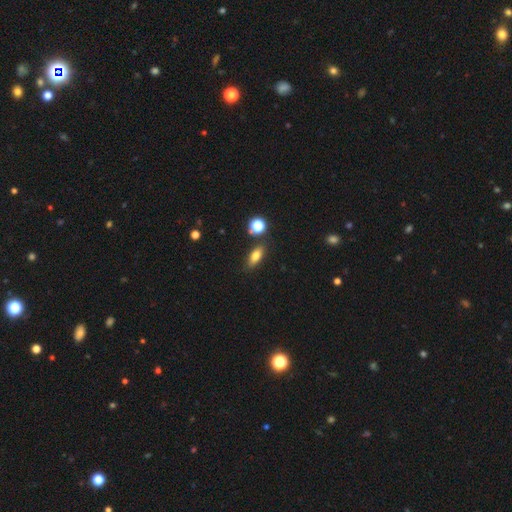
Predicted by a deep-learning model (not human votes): Smooth or featured? Predicted: smooth (p=0.75). How rounded? Predicted: in between (p=0.74). Merging? Predicted: none (p=0.81).